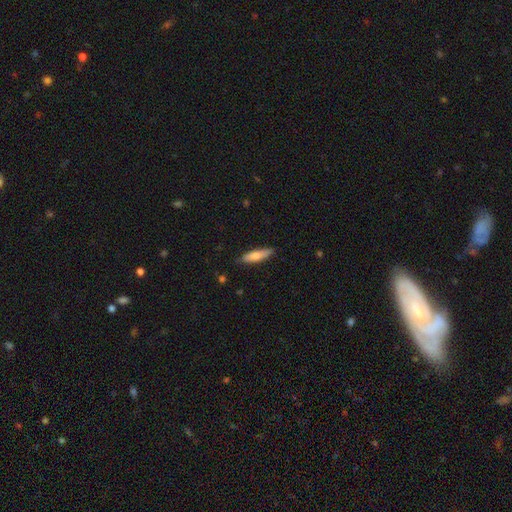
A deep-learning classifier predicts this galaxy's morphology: smooth_or_featured: smooth (p=0.72) [alt: featured or disk p=0.23]
how_rounded: cigar-shaped (p=0.70) [alt: in between p=0.28]
merging: none (p=0.82) [alt: minor disturbance p=0.15]